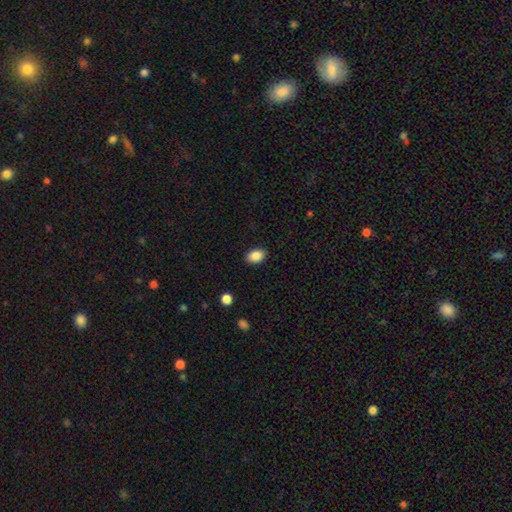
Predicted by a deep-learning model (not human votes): Overall: smooth (88%). How rounded: in between (82%). Merging: none (89%).